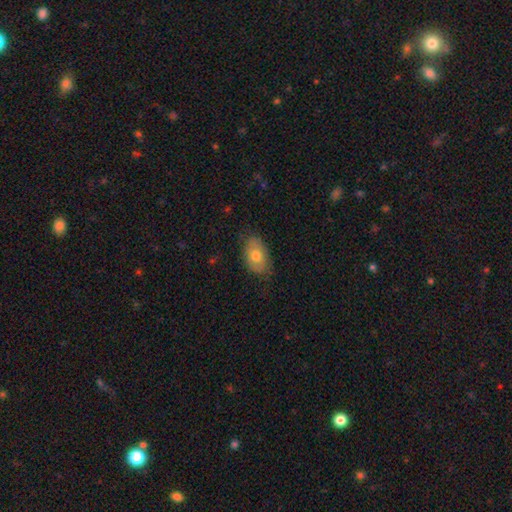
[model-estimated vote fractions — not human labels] This is likely a smooth galaxy (68%). How rounded: clearly in between (90%). Merging: likely none (76%).